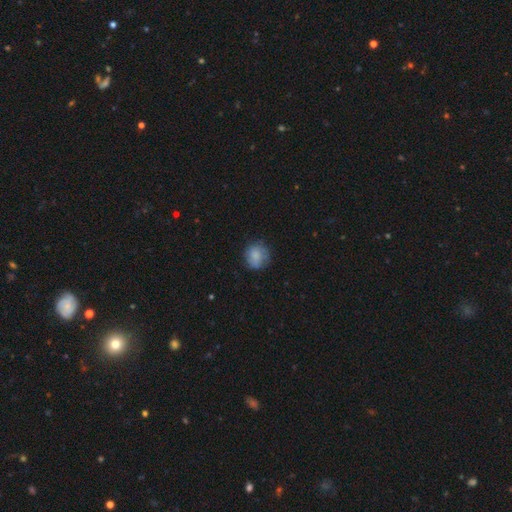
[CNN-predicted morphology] smooth-or-featured: smooth: 80% | featured or disk: 12% | star or artifact: 8%
  how-rounded: round: 83% | in between: 16% | cigar-shaped: 1%
  merging: none: 74% | minor disturbance: 19% | major disturbance: 6% | merger: 1%